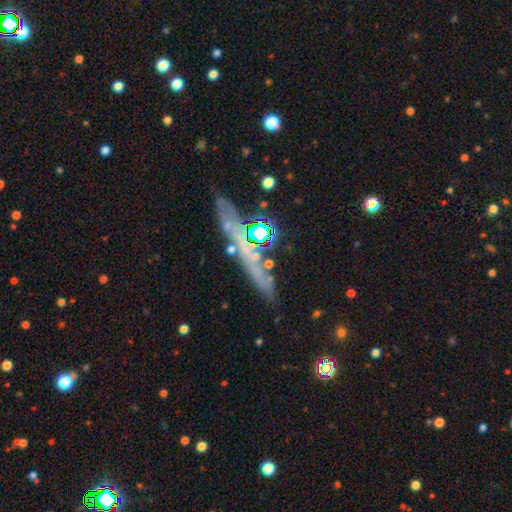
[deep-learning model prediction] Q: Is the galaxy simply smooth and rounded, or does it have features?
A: featured or disk — 38%.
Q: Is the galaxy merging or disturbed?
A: none — 74%.